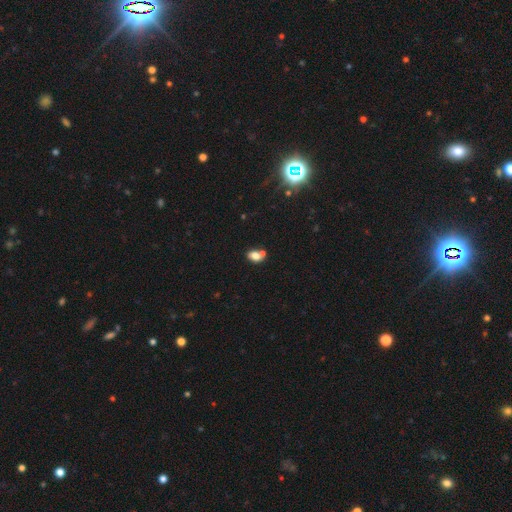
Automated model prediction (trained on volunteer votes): smooth-or-featured: smooth: 78% | featured or disk: 11% | star or artifact: 11%
  how-rounded: in between: 80% | round: 18% | cigar-shaped: 2%
  merging: none: 49% | merger: 35% | minor disturbance: 12% | major disturbance: 4%